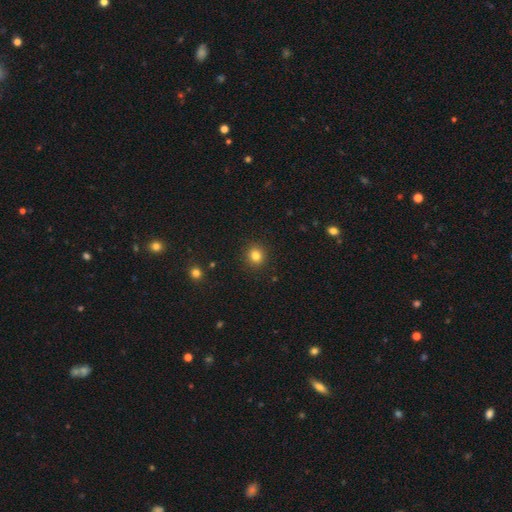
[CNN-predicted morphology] Smooth or featured: smooth — 82% (star or artifact — 13%)
How rounded: round — 85% (in between — 14%)
Merging: none — 91% (minor disturbance — 6%)